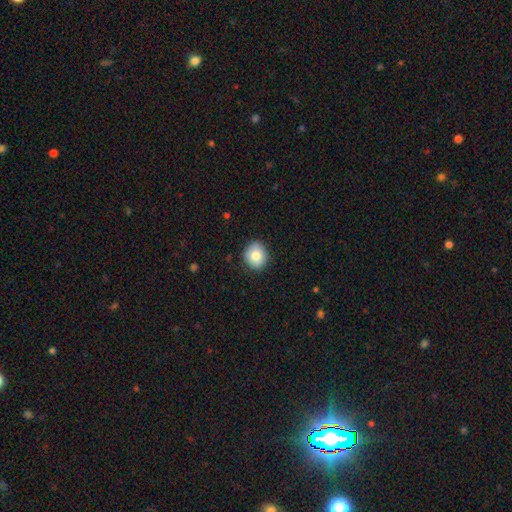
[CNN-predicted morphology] Q: Smooth or featured?
A: smooth (81%); runner-up: featured or disk (10%)
Q: How rounded?
A: round (77%); runner-up: in between (22%)
Q: Merging?
A: none (84%); runner-up: minor disturbance (13%)